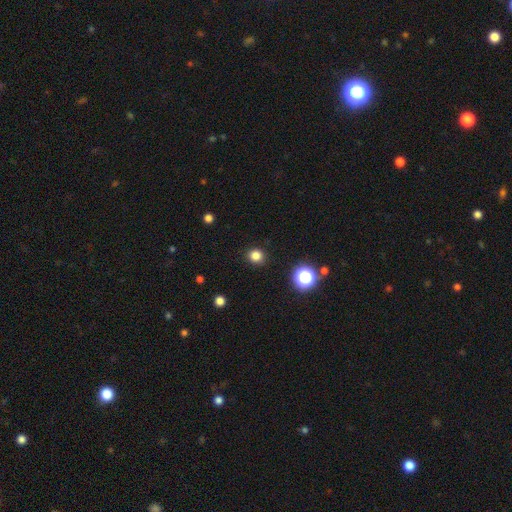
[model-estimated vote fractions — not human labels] smooth 81%, star or artifact 15%, featured or disk 4%. Down the decision tree: how rounded — round (89%); merging — none (91%).